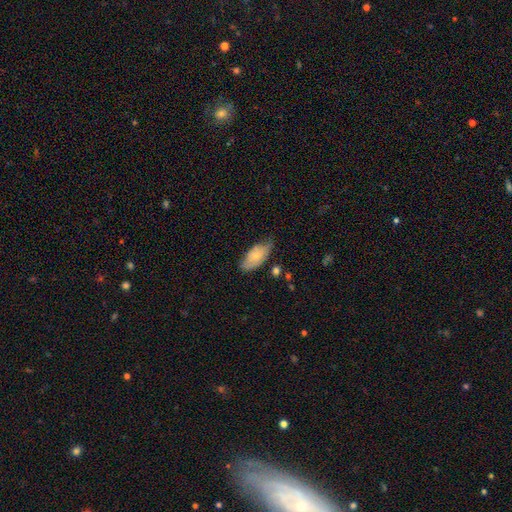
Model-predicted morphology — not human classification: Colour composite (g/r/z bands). It shows a smooth galaxy with no disk features (70%) that is in between round and cigar-shaped (91%). Merging: none (58%).